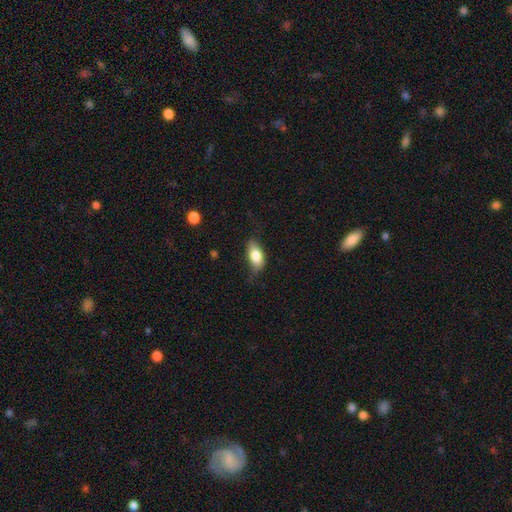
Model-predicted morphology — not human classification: Smooth or featured?
  - smooth: 78% *
  - featured or disk: 15%
  - star or artifact: 7%
How rounded?
  - in between: 88% *
  - round: 6%
  - cigar-shaped: 6%
Merging?
  - none: 64% *
  - minor disturbance: 27%
  - major disturbance: 7%
  - merger: 1%